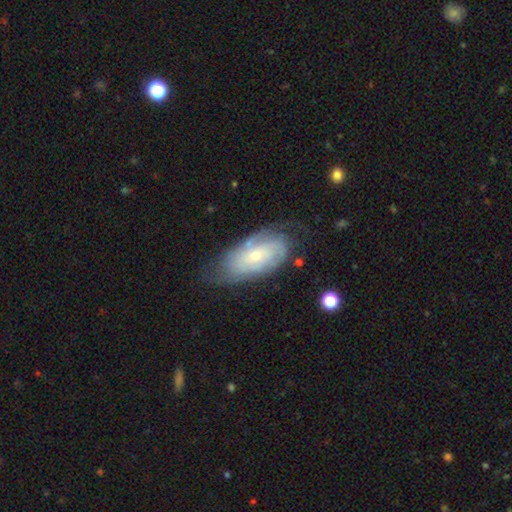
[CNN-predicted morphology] Overall: featured or disk (71%). Edge-on disk: no (93%). Bar: no (69%). Spiral arms: yes (89%). Spiral arm count: can't tell (46%; 2 31%). Spiral winding: tight (64%; medium 27%). Bulge size: small (68%; moderate 28%). Merging: none (64%).